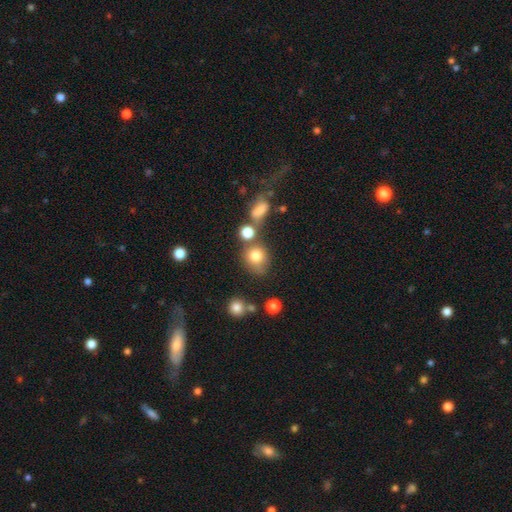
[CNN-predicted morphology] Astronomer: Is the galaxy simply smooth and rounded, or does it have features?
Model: smooth — 77%.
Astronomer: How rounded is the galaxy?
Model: round — 77%.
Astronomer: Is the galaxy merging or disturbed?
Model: none — 56%.